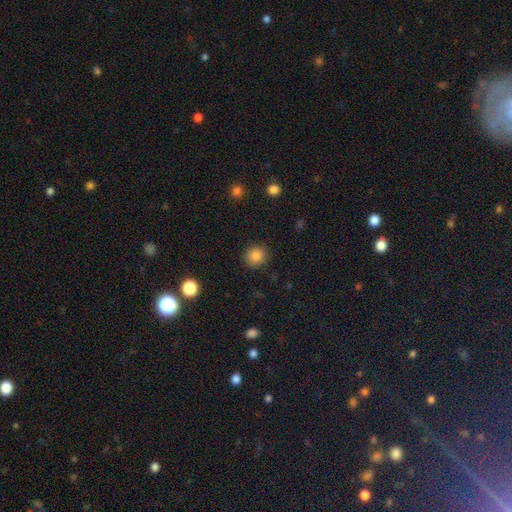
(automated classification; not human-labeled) smooth 85%, star or artifact 10%, featured or disk 4%. Down the decision tree: how rounded — round (89%); merging — none (89%).